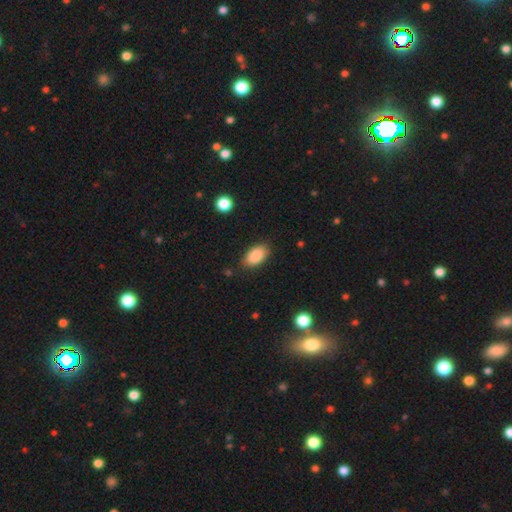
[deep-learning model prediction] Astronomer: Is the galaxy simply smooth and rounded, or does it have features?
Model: smooth — 88%.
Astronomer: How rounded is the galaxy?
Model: in between — 93%.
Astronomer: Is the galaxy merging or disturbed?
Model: none — 82%.